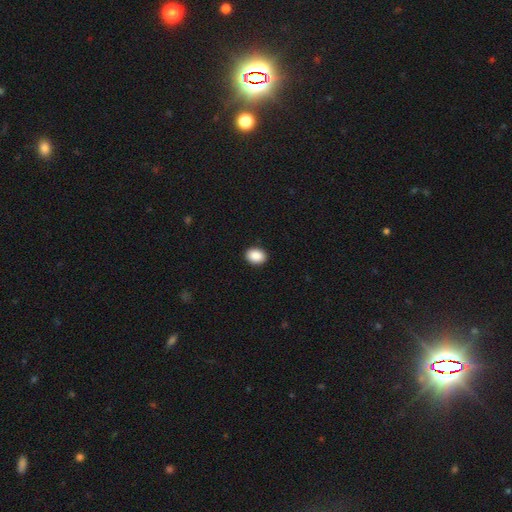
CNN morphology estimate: The model was most divided on "how rounded": in between: 66%, round: 33%, cigar-shaped: 1%. More confident: merging — none (91%); smooth or featured — smooth (90%).